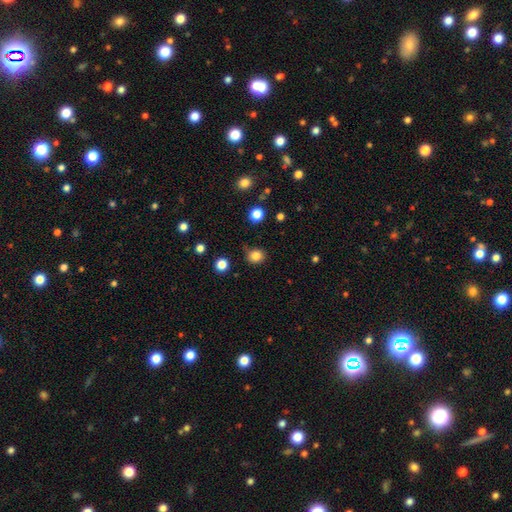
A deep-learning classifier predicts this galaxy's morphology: Smooth or featured: smooth — 82% (star or artifact — 13%)
How rounded: round — 80% (in between — 19%)
Merging: none — 79% (minor disturbance — 15%)